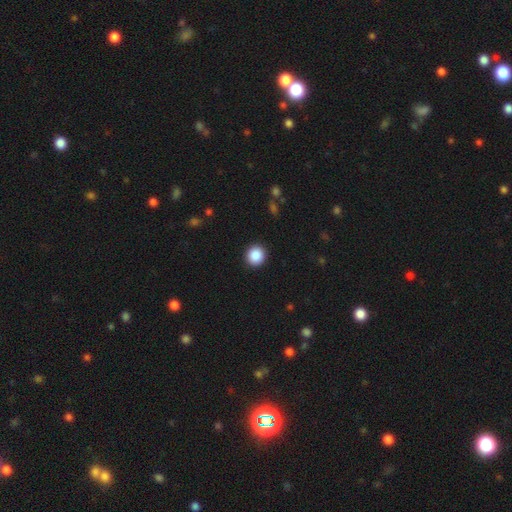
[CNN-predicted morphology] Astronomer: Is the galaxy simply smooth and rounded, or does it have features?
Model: smooth — 88%.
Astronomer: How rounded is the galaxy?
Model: round — 89%.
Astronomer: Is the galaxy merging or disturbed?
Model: none — 92%.